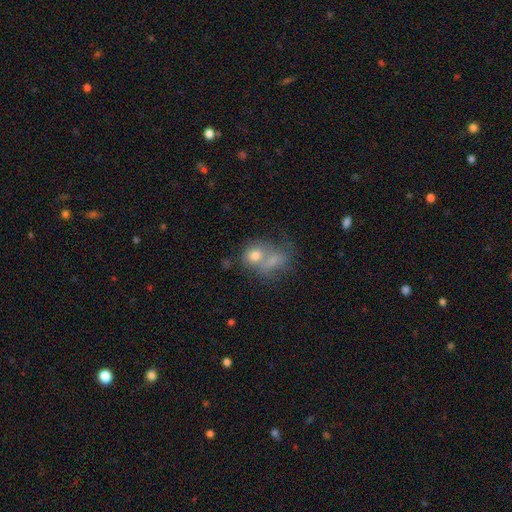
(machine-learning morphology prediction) smooth 69%, featured or disk 19%, star or artifact 12%. Down the decision tree: how rounded — round (54%); merging — merger (57%).